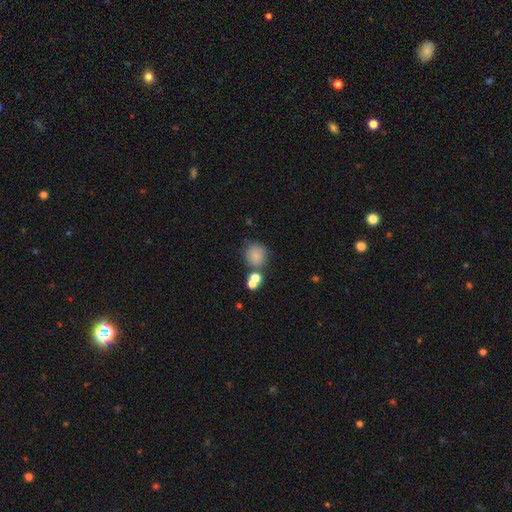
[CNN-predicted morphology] The model was most divided on "merging": none: 65%, merger: 17%, minor disturbance: 13%, major disturbance: 5%. More confident: how rounded — round (82%); smooth or featured — smooth (79%).